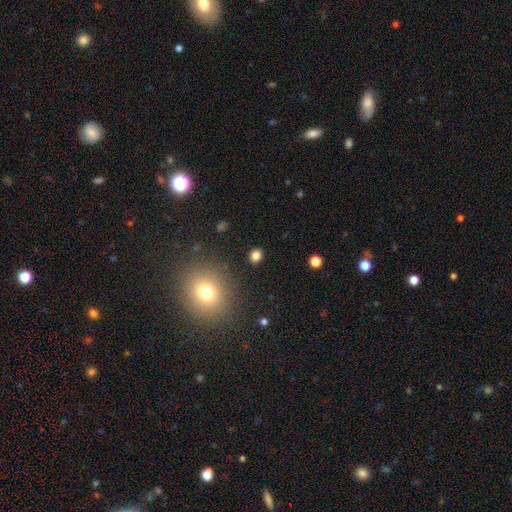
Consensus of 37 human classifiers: Morphology: type=smooth (89%); roundness=round (73%); merging=none (94%).